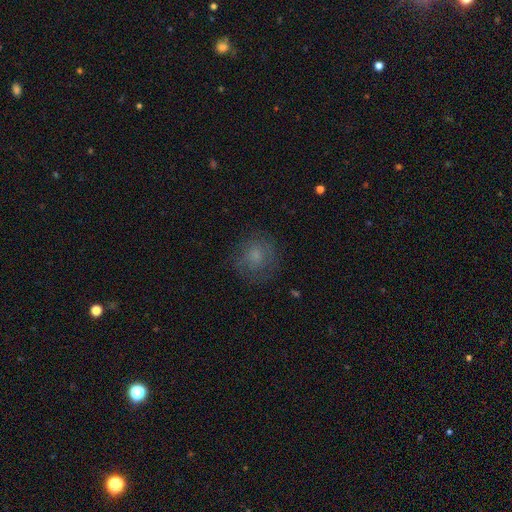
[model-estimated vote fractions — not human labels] A smooth galaxy with no disk features (66%) that is round (86%). Merging: none (75%).